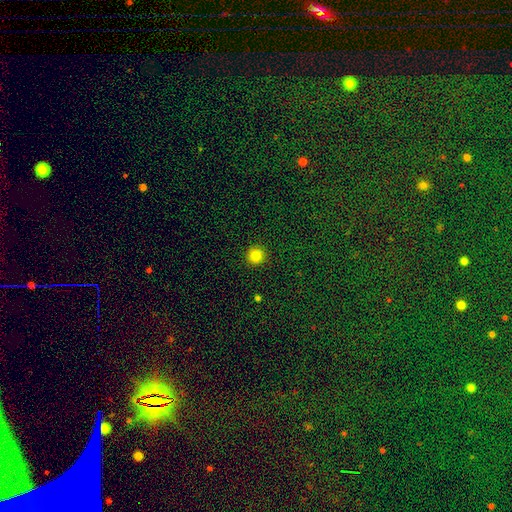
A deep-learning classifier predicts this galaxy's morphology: Smooth or featured? Predicted: smooth (p=0.84). How rounded? Predicted: round (p=0.95). Merging? Predicted: none (p=0.92).